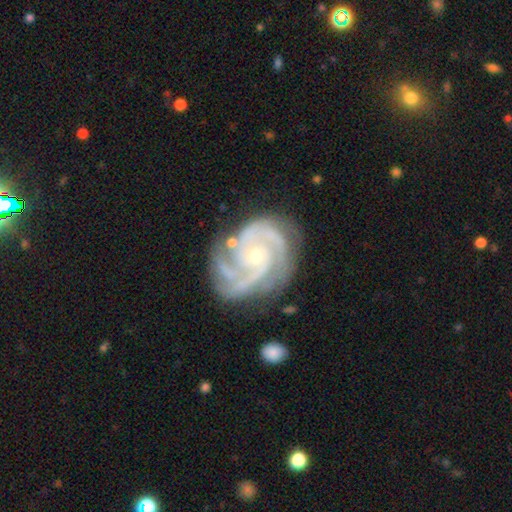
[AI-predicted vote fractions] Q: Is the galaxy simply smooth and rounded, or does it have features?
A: featured or disk — 93%.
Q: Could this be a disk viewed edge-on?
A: no — 98%.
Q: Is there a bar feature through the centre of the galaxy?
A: no — 69%.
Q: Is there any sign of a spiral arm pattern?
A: yes — 99%.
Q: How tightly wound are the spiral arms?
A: tight — 58%.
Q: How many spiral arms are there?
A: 3 — 45%.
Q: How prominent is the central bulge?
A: small — 67%.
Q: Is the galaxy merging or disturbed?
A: none — 70%.